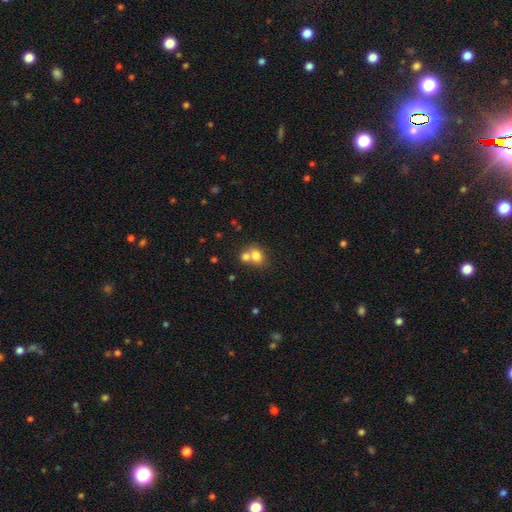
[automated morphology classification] Smooth or featured?
  - smooth: 76% *
  - featured or disk: 13%
  - star or artifact: 11%
How rounded?
  - in between: 50% *
  - round: 49%
  - cigar-shaped: 1%
Merging?
  - merger: 53% *
  - none: 35%
  - minor disturbance: 8%
  - major disturbance: 3%